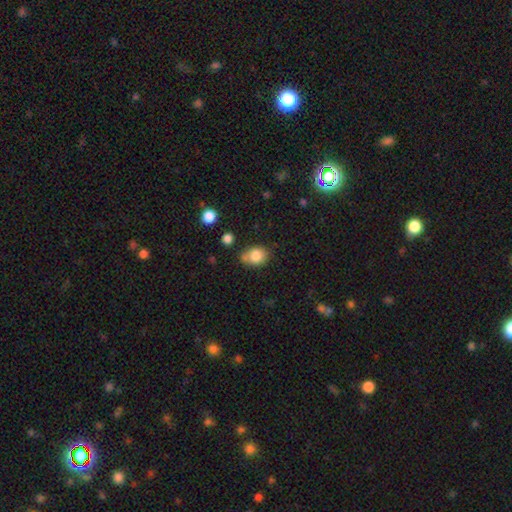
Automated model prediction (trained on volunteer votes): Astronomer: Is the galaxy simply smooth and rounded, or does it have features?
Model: smooth — 82%.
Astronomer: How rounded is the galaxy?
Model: round — 51% (runner-up: in between, 48%).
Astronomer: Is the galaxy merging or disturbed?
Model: none — 55%.